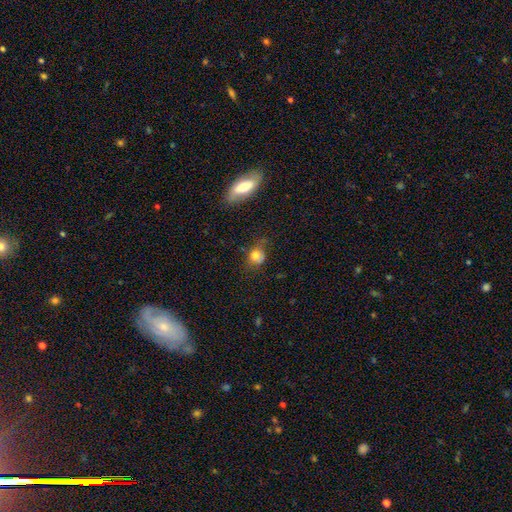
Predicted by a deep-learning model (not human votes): smooth_or_featured: smooth (p=0.75) [alt: featured or disk p=0.14]
how_rounded: round (p=0.61) [alt: in between p=0.38]
merging: none (p=0.48) [alt: minor disturbance p=0.29]